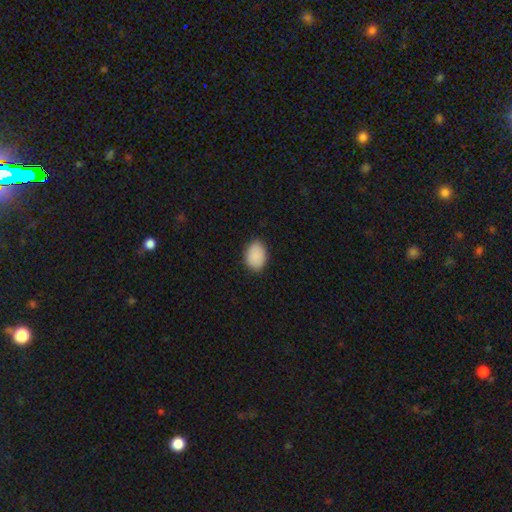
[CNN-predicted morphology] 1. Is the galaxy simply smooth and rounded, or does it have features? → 90% smooth, 7% star or artifact, 3% featured or disk.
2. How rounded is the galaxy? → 77% in between, 22% round, 1% cigar-shaped.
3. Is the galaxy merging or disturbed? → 85% none, 12% minor disturbance, 2% major disturbance, 1% merger.